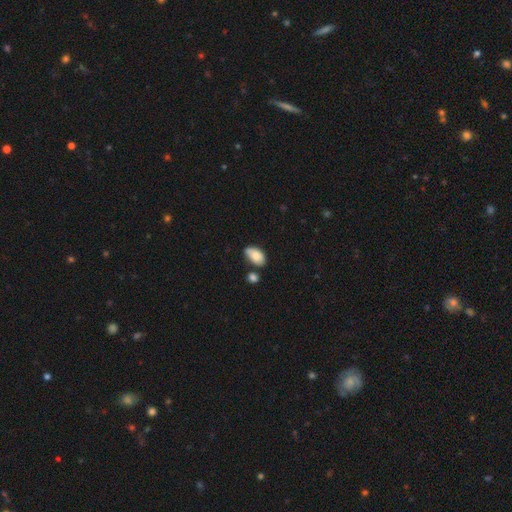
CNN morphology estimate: smooth-or-featured: smooth: 82% | featured or disk: 11% | star or artifact: 7%
  how-rounded: in between: 94% | round: 5% | cigar-shaped: 2%
  merging: none: 54% | minor disturbance: 28% | merger: 13% | major disturbance: 6%